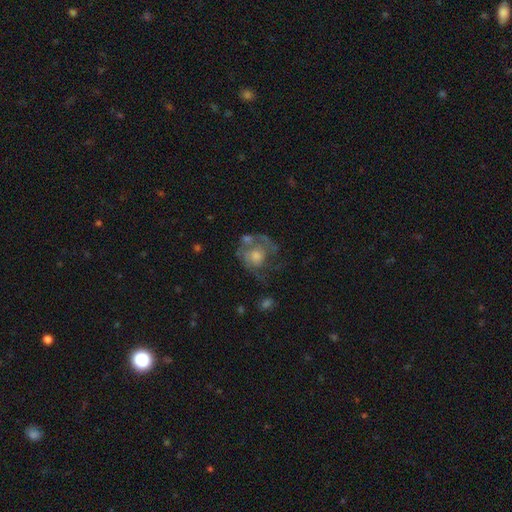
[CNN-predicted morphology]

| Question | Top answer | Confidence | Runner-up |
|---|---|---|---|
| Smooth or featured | featured or disk | 60% | smooth (30%) |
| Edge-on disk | no | 97% | yes (3%) |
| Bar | no | 83% | weak (15%) |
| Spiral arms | yes | 58% | no (42%) |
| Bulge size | moderate | 56% | small (23%) |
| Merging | none | 42% | major disturbance (30%) |